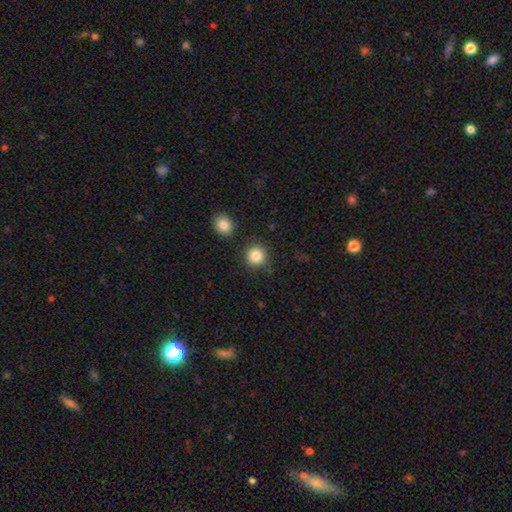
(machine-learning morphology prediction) A smooth galaxy with no disk features (86%) that is round (92%). Merging: none (85%).